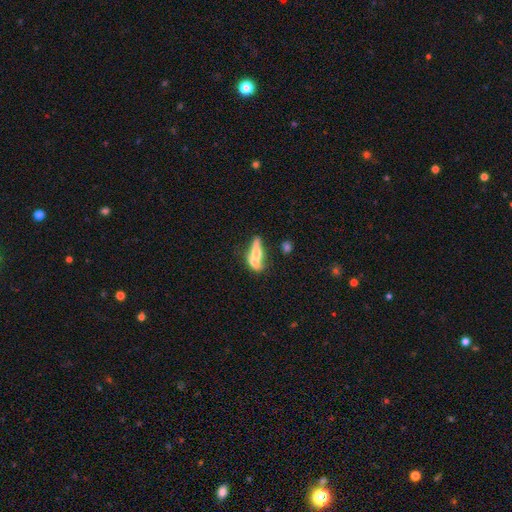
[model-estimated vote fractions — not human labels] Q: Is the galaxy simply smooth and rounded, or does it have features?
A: smooth — 49%.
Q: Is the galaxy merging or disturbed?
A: merger — 54%.